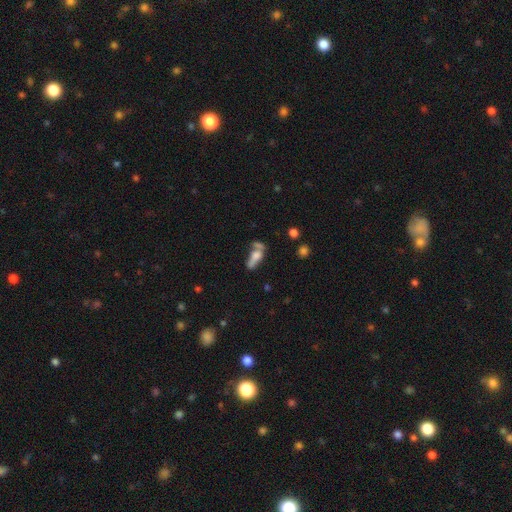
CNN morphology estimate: smooth_or_featured: smooth (p=0.53) [alt: featured or disk p=0.35]
how_rounded: in between (p=0.67) [alt: cigar-shaped p=0.27]
merging: merger (p=0.36) [alt: none p=0.31]